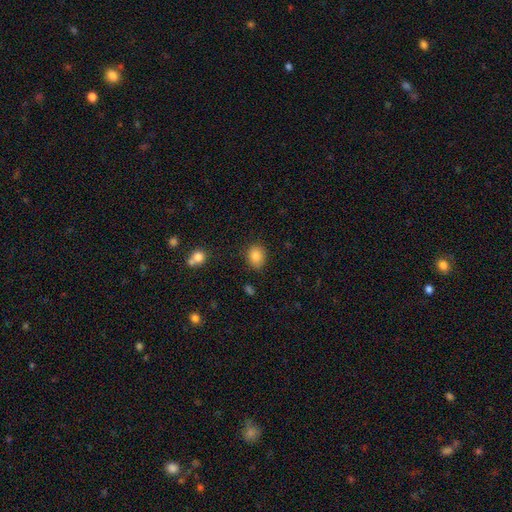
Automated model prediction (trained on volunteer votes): Morphology: type=smooth (85%); roundness=in between (50%); merging=none (83%).